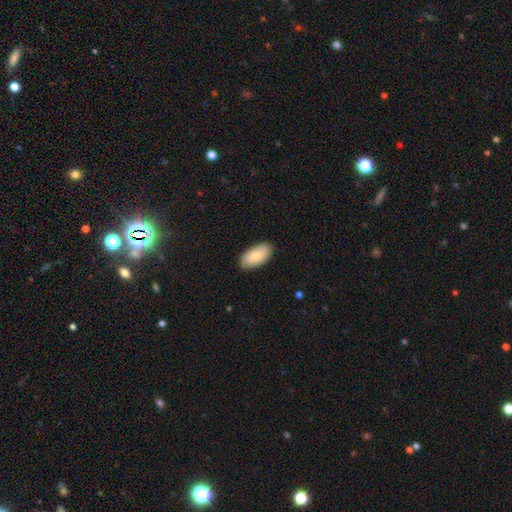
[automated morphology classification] This appears to be a smooth galaxy with no disk features (83%) that is in between round and cigar-shaped (95%). Merging: none (88%).